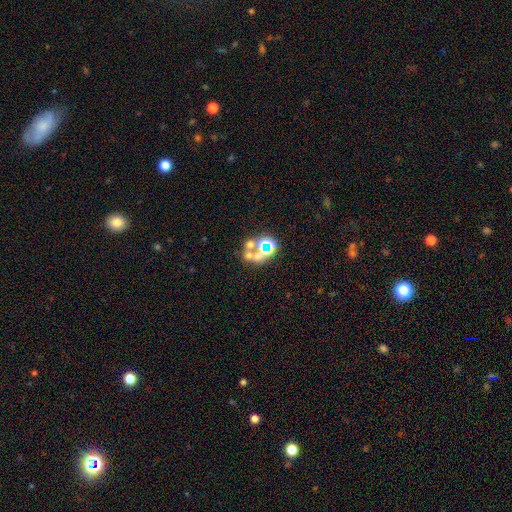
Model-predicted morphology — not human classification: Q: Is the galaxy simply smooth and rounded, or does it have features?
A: star or artifact — 35%.